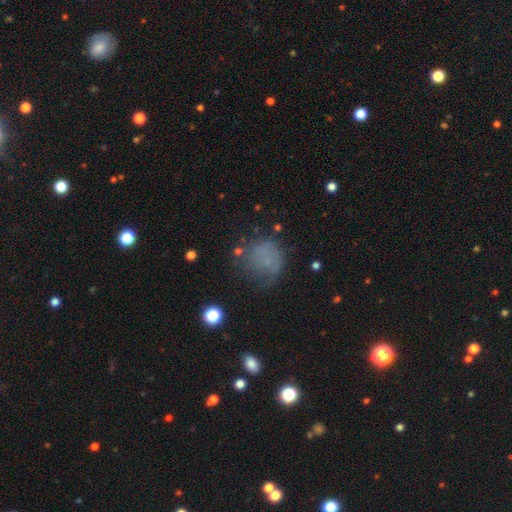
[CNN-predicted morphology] Smooth or featured? Predicted: smooth (p=0.61). How rounded? Predicted: round (p=0.77). Merging? Predicted: none (p=0.48).